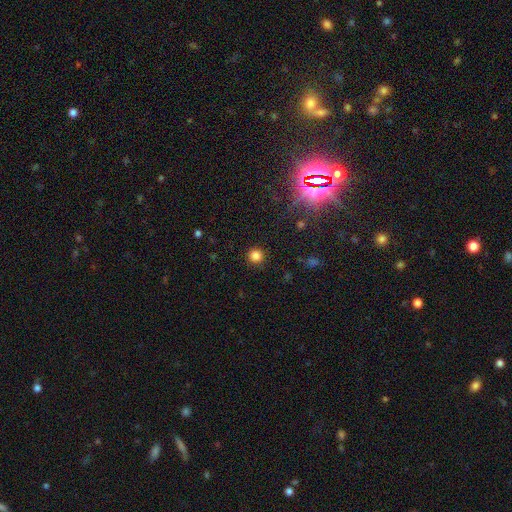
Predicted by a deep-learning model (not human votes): smooth-or-featured: smooth: 82% | star or artifact: 14% | featured or disk: 4%
  how-rounded: round: 94% | in between: 5% | cigar-shaped: 1%
  merging: none: 91% | minor disturbance: 5% | major disturbance: 2% | merger: 1%